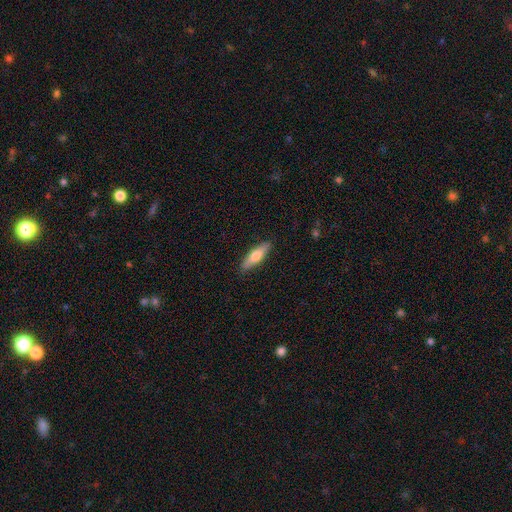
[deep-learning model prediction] This appears to be a smooth galaxy with no disk features (65%) that is cigar-shaped (61%). Merging: none (88%).